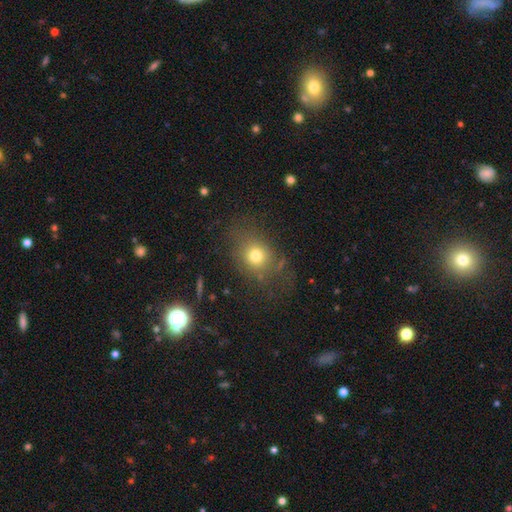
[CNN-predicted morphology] This appears to be a smooth galaxy with no disk features (72%) that is round (66%). Merging: none (68%).